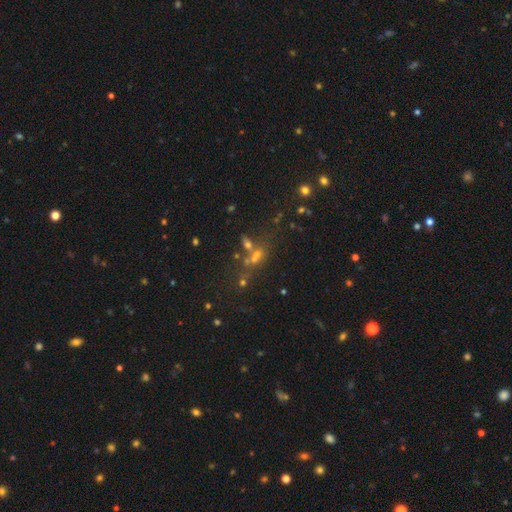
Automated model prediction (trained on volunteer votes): smooth_or_featured: star or artifact (p=0.41) [alt: smooth p=0.37]